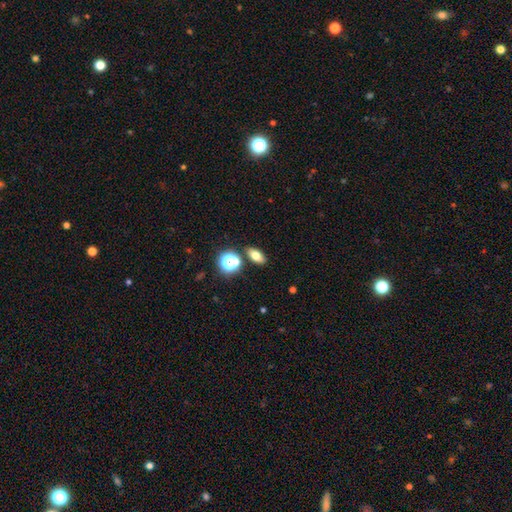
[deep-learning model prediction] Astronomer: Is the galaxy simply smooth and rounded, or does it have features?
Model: smooth — 68%.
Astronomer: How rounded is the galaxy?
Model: in between — 77%.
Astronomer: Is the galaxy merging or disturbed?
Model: none — 83%.